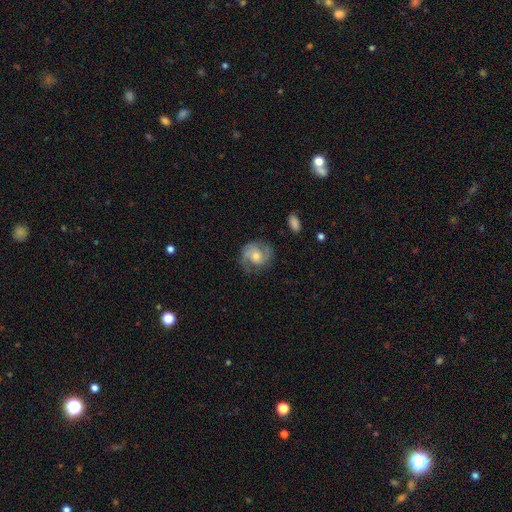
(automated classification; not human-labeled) Smooth or featured?
  - featured or disk: 75% *
  - smooth: 18%
  - star or artifact: 7%
Edge-on disk?
  - no: 98% *
  - yes: 2%
Bar?
  - no: 61% *
  - weak: 33%
  - strong: 6%
Spiral arms?
  - yes: 93% *
  - no: 7%
Spiral winding?
  - medium: 47% *
  - tight: 37%
  - loose: 17%
Spiral arm count?
  - 2: 75% *
  - can't tell: 11%
  - 3: 6%
  - 1: 5%
  - 4: 2%
  - more than 4: 2%
Bulge size?
  - moderate: 58% *
  - small: 34%
  - large: 4%
  - none: 2%
  - dominant: 1%
Merging?
  - none: 72% *
  - minor disturbance: 18%
  - major disturbance: 8%
  - merger: 1%